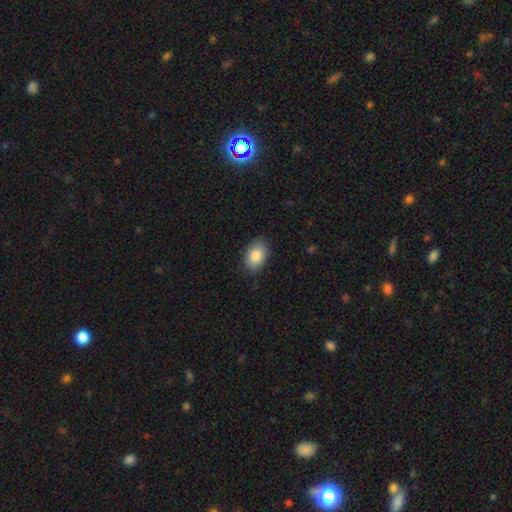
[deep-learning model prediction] Smooth or featured?
  - smooth: 87% *
  - star or artifact: 7%
  - featured or disk: 6%
How rounded?
  - in between: 87% *
  - round: 12%
  - cigar-shaped: 1%
Merging?
  - none: 86% *
  - minor disturbance: 11%
  - major disturbance: 2%
  - merger: 1%